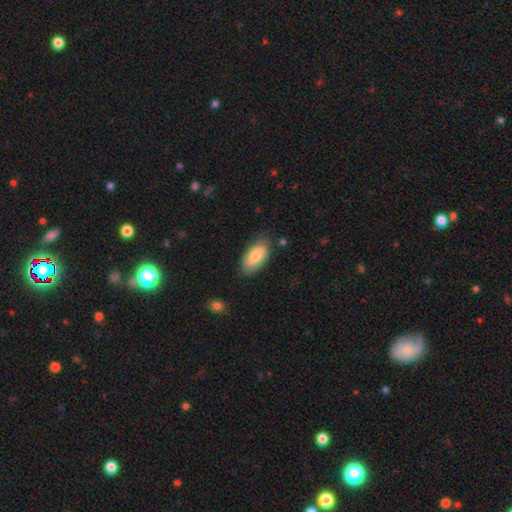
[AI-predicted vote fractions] smooth-or-featured: smooth: 79% | featured or disk: 15% | star or artifact: 6%
  how-rounded: in between: 92% | cigar-shaped: 5% | round: 2%
  merging: none: 74% | minor disturbance: 20% | major disturbance: 4% | merger: 2%